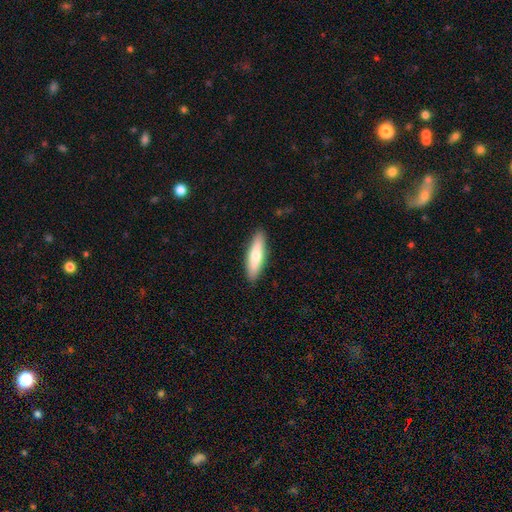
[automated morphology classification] Q: Smooth or featured?
A: smooth (65%); runner-up: featured or disk (29%)
Q: How rounded?
A: cigar-shaped (67%); runner-up: in between (31%)
Q: Merging?
A: none (89%); runner-up: minor disturbance (8%)